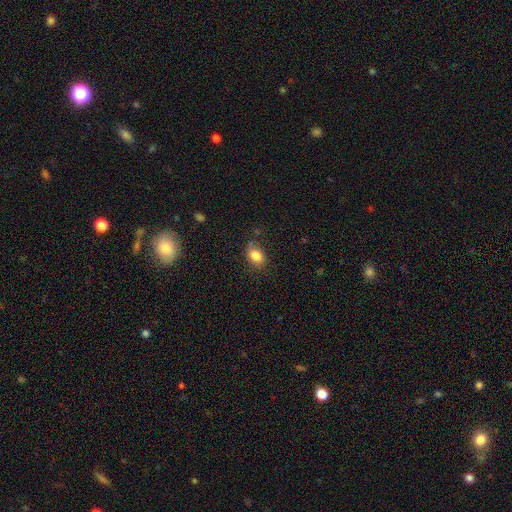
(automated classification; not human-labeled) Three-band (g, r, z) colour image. It shows a smooth galaxy with no disk features (83%) that is in between round and cigar-shaped (76%). Merging: none (75%).